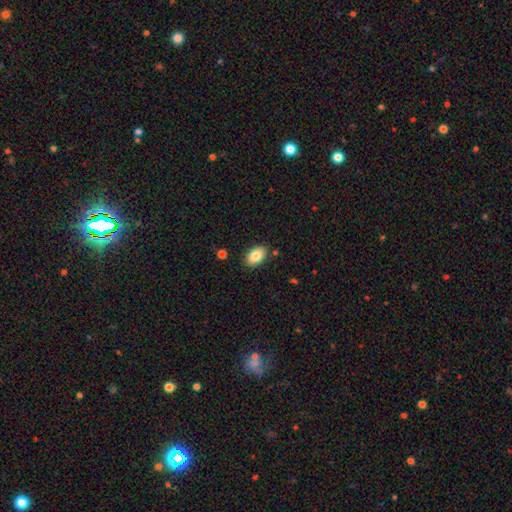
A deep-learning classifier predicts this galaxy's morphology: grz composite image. It shows a smooth galaxy with no disk features (84%) that is in between round and cigar-shaped (91%). Merging: none (86%).